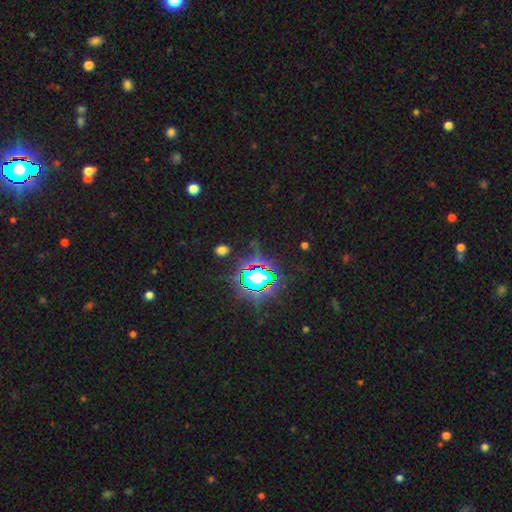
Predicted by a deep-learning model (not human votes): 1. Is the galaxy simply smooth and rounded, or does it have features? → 79% star or artifact, 12% smooth, 8% featured or disk.